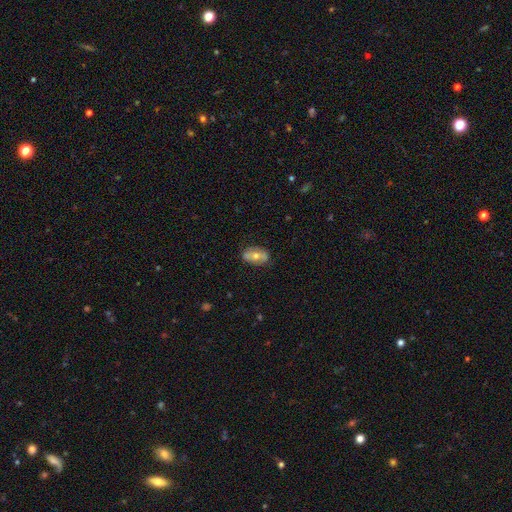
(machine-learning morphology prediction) Q: Smooth or featured?
A: smooth (47%); runner-up: featured or disk (43%)
Q: Merging?
A: none (79%); runner-up: minor disturbance (15%)